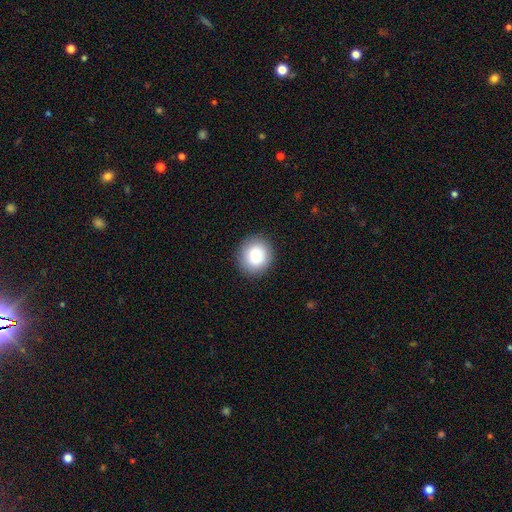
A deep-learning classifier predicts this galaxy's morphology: type=smooth (83%); roundness=round (87%); merging=none (90%).